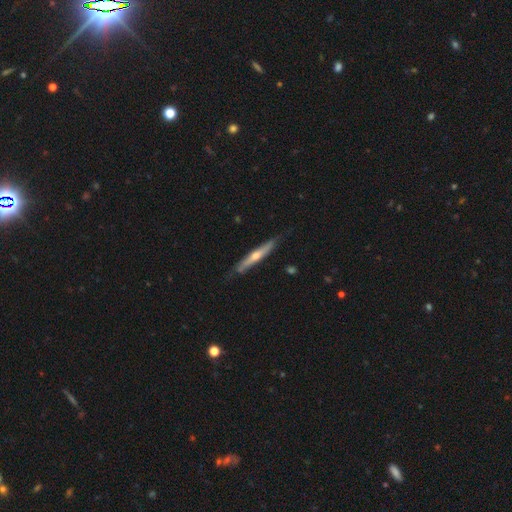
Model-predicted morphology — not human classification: Q: Smooth or featured?
A: featured or disk (58%); runner-up: smooth (36%)
Q: Edge-on disk?
A: yes (91%); runner-up: no (9%)
Q: Edge-on bulge?
A: rounded (79%); runner-up: none (18%)
Q: Merging?
A: none (76%); runner-up: minor disturbance (20%)